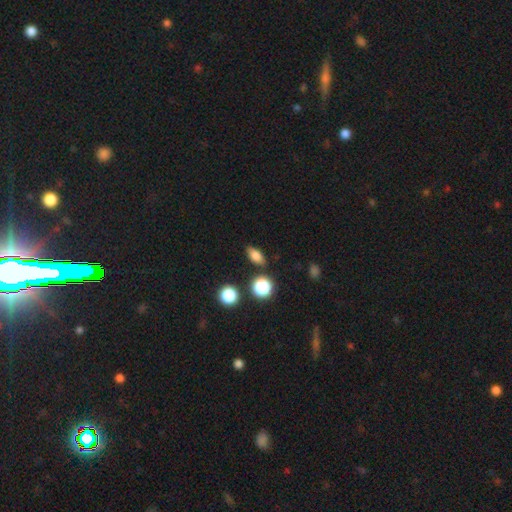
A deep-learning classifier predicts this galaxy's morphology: Smooth or featured?
  - smooth: 79% *
  - star or artifact: 12%
  - featured or disk: 9%
How rounded?
  - in between: 76% *
  - round: 15%
  - cigar-shaped: 8%
Merging?
  - none: 83% *
  - minor disturbance: 10%
  - merger: 4%
  - major disturbance: 3%